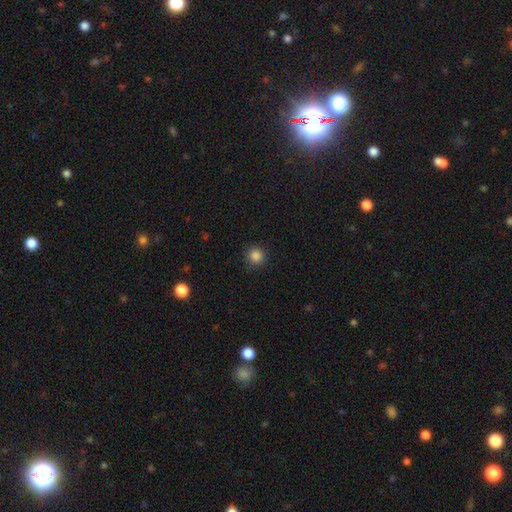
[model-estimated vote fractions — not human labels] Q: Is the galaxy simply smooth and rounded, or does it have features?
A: smooth — 86%.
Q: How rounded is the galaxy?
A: round — 94%.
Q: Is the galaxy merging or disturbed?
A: none — 90%.